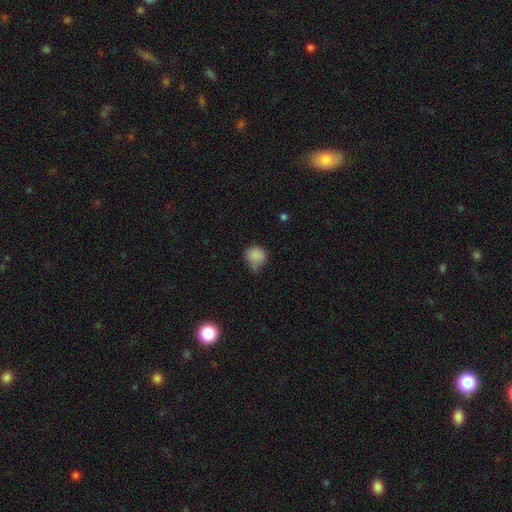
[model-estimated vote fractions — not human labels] A smooth galaxy with no disk features (84%) that is round (79%). Merging: none (44%).